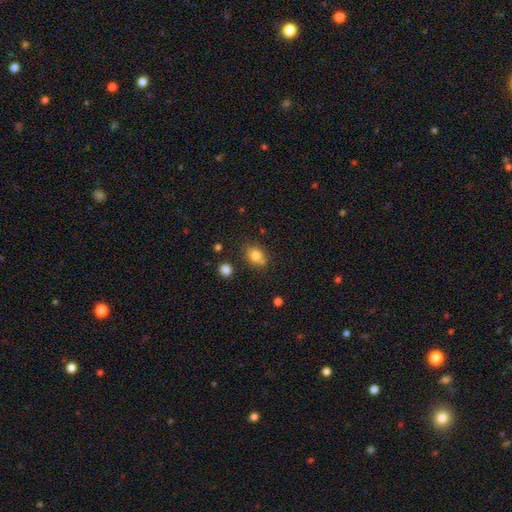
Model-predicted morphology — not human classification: Q: Smooth or featured?
A: smooth (80%); runner-up: star or artifact (11%)
Q: How rounded?
A: round (58%); runner-up: in between (41%)
Q: Merging?
A: none (68%); runner-up: minor disturbance (16%)